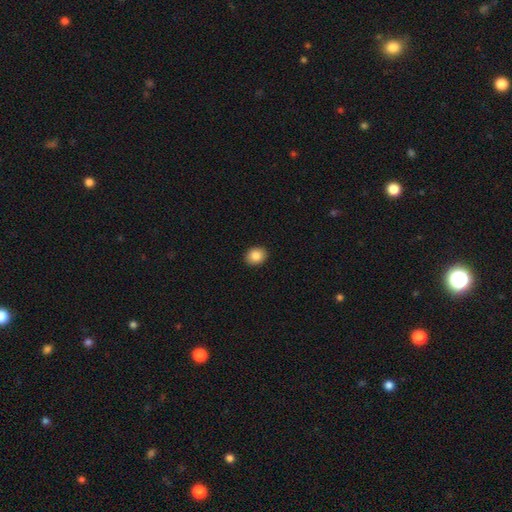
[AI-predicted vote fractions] smooth-or-featured: smooth: 86% | star or artifact: 9% | featured or disk: 5%
  how-rounded: round: 58% | in between: 41% | cigar-shaped: 1%
  merging: none: 92% | minor disturbance: 6% | major disturbance: 2% | merger: 1%